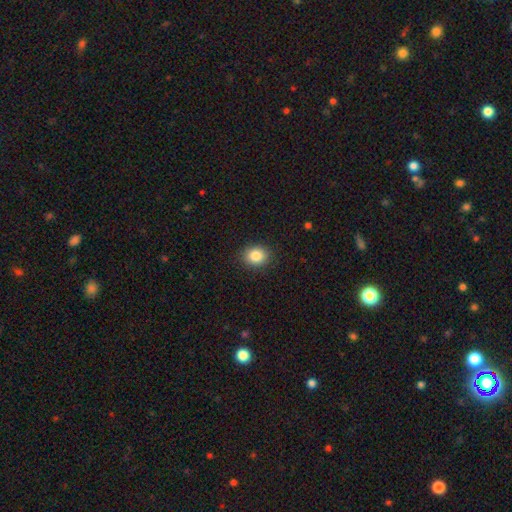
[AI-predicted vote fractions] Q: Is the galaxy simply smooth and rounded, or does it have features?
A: smooth — 85%.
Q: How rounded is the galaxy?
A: round — 62%.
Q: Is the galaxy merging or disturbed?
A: none — 89%.